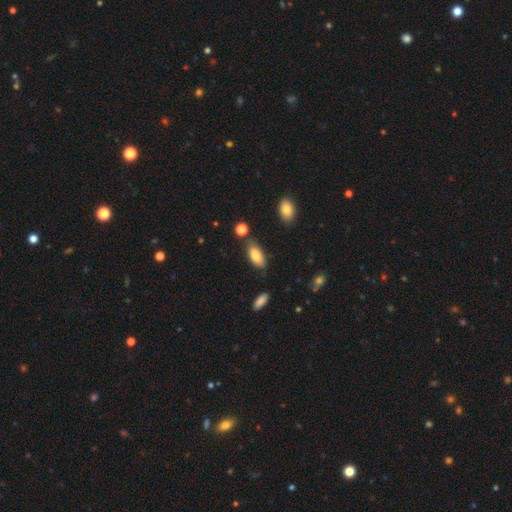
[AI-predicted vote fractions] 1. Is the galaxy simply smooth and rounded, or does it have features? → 81% smooth, 12% featured or disk, 7% star or artifact.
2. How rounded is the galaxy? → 87% in between, 11% cigar-shaped, 2% round.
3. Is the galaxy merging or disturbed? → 73% none, 18% minor disturbance, 6% merger, 4% major disturbance.